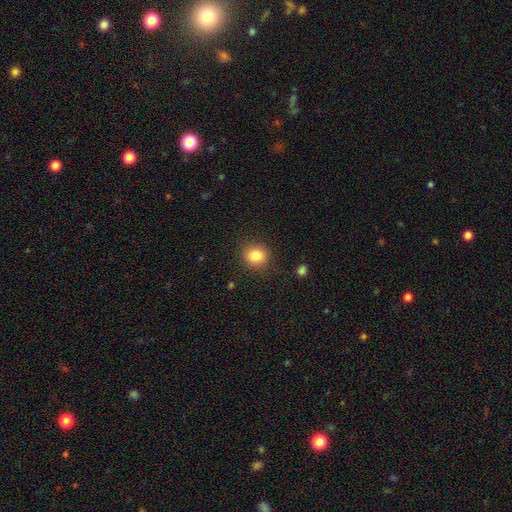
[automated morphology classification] A smooth galaxy with no disk features (84%) that is round (83%). Merging: none (88%).